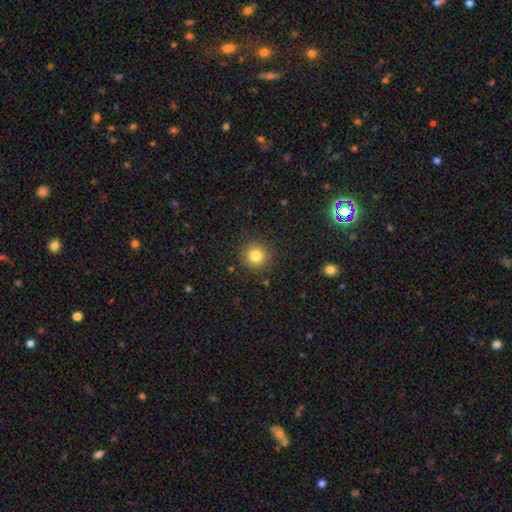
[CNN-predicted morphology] smooth 82%, star or artifact 12%, featured or disk 6%. Down the decision tree: how rounded — round (93%); merging — none (90%).